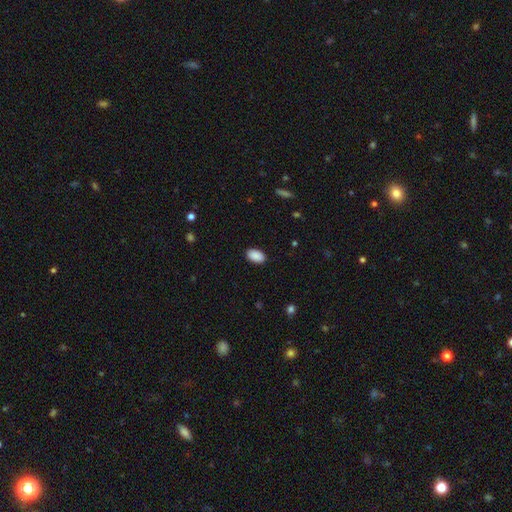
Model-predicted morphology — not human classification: type=smooth (90%); roundness=in between (94%); merging=none (89%).